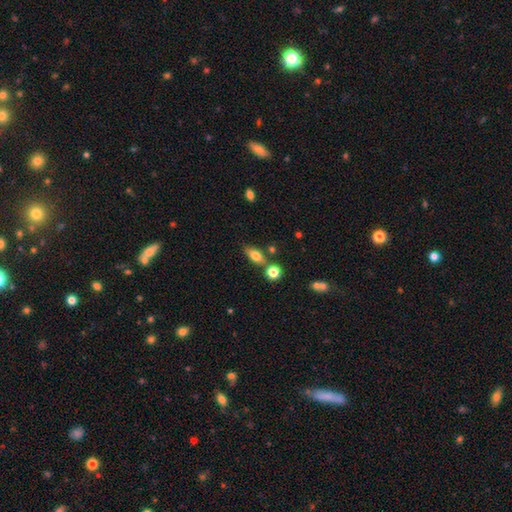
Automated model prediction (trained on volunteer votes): smooth_or_featured: smooth (p=0.74) [alt: featured or disk p=0.17]
how_rounded: in between (p=0.76) [alt: cigar-shaped p=0.16]
merging: none (p=0.69) [alt: merger p=0.14]